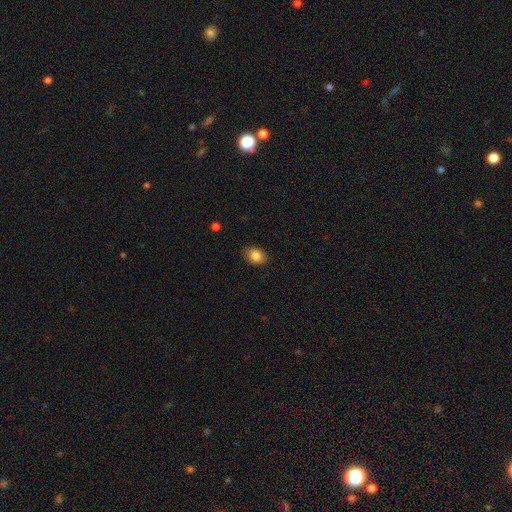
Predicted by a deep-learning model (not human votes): Smooth or featured: smooth — 84% (star or artifact — 8%)
How rounded: in between — 74% (round — 25%)
Merging: none — 84% (minor disturbance — 12%)